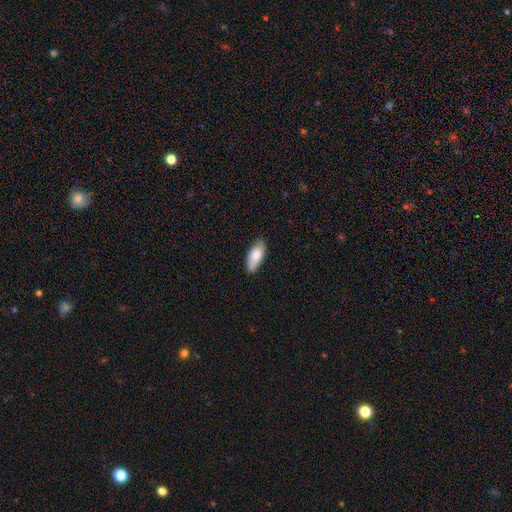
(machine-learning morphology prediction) This is clearly a smooth galaxy (82%). How rounded: clearly in between (81%). Merging: clearly none (83%).